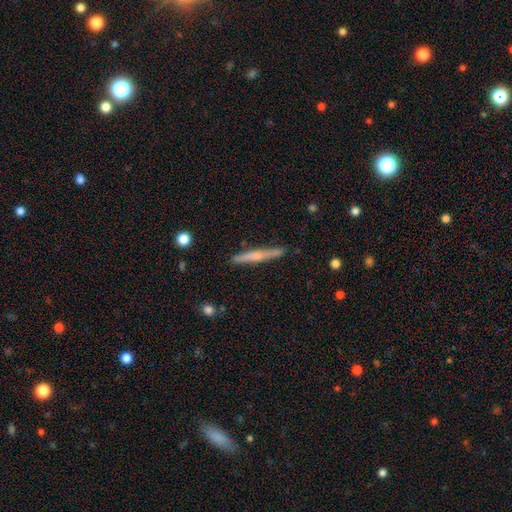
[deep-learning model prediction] smooth-or-featured: featured or disk: 54% | smooth: 40% | star or artifact: 6%
  disk-edge-on: yes: 97% | no: 3%
    edge-on-bulge: rounded: 57% | none: 32% | boxy: 11%
  merging: none: 89% | minor disturbance: 8% | major disturbance: 1% | merger: 1%